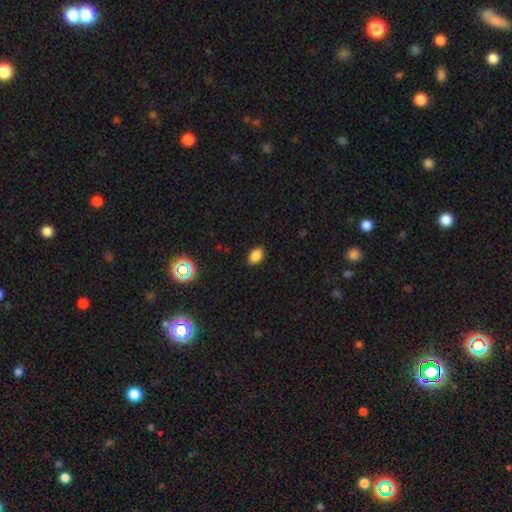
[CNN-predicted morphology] Smooth or featured: smooth — 85% (star or artifact — 12%)
How rounded: in between — 85% (round — 13%)
Merging: none — 87% (minor disturbance — 9%)